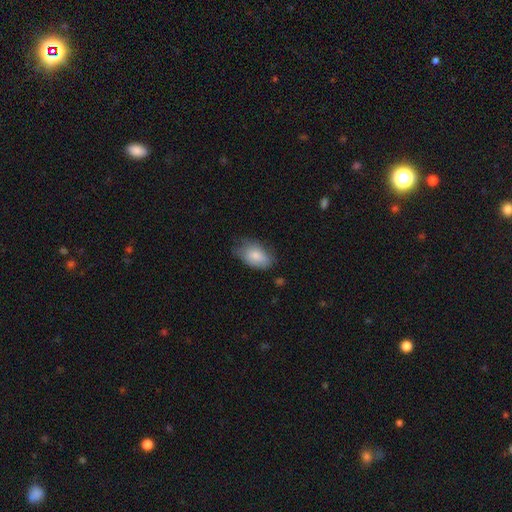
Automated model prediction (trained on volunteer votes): Smooth or featured: smooth — 79% (featured or disk — 14%)
How rounded: in between — 92% (round — 6%)
Merging: none — 53% (minor disturbance — 36%)